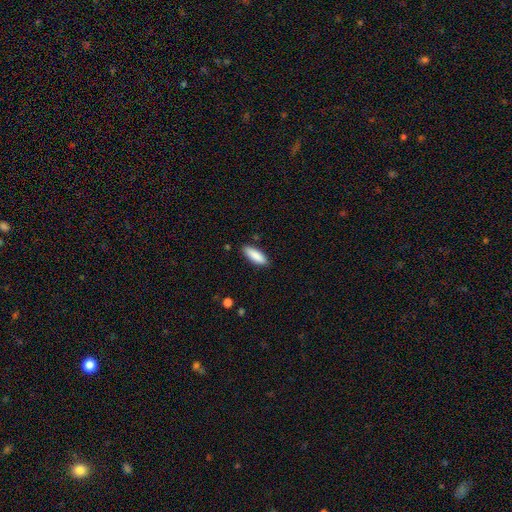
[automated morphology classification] smooth-or-featured: smooth: 88% | featured or disk: 6% | star or artifact: 6%
  how-rounded: in between: 61% | cigar-shaped: 38% | round: 2%
  merging: none: 87% | minor disturbance: 10% | major disturbance: 2% | merger: 1%